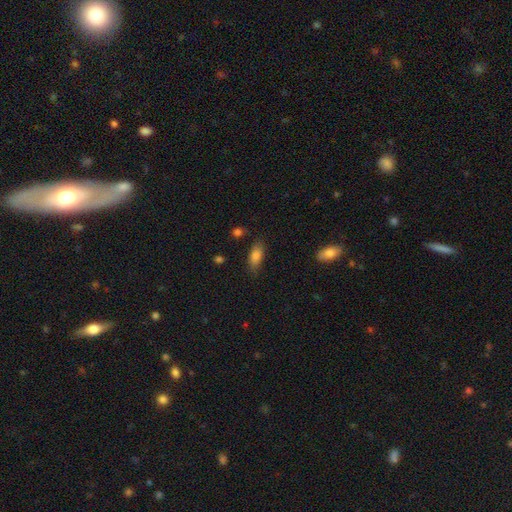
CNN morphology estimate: This is clearly a smooth galaxy (84%). How rounded: clearly in between (84%). Merging: likely none (76%).